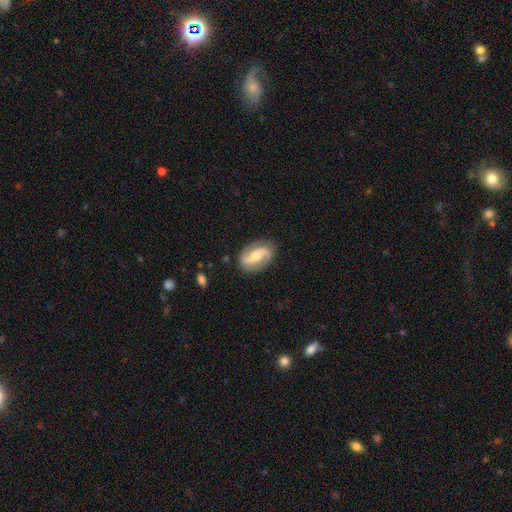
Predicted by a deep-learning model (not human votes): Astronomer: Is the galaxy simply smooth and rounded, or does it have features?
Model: featured or disk — 85%.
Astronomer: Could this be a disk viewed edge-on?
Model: no — 97%.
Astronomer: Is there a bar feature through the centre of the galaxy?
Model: weak — 39% (runner-up: strong, 32%).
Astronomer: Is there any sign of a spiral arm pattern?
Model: yes — 96%.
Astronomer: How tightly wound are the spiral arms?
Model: medium — 43% (runner-up: loose, 41%).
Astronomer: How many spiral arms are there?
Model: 2 — 93%.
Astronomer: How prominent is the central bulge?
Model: moderate — 61%.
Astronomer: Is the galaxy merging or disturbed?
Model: none — 84%.